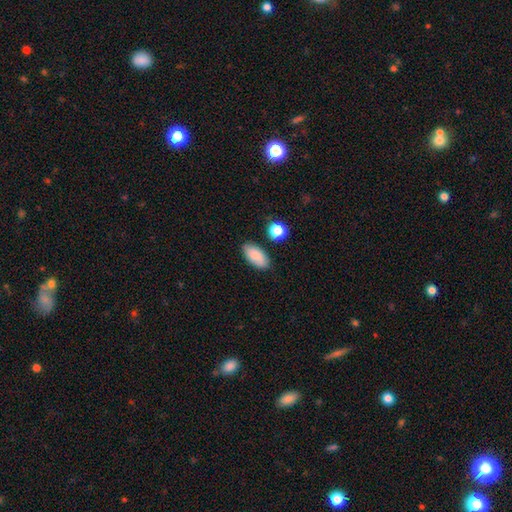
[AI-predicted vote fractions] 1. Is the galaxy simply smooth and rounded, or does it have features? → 84% smooth, 8% featured or disk, 8% star or artifact.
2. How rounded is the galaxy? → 92% in between, 5% cigar-shaped, 4% round.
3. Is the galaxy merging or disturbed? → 81% none, 13% minor disturbance, 4% merger, 3% major disturbance.